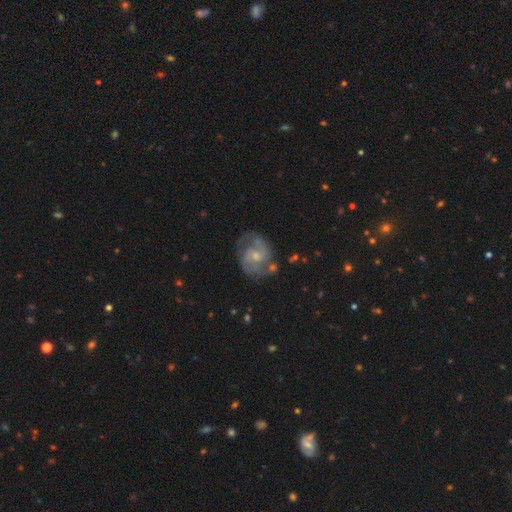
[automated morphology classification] The model was most divided on "bar": no: 50%, weak: 42%, strong: 7%. More confident: edge-on disk — no (98%); spiral arms — yes (96%); smooth or featured — featured or disk (87%); spiral arm count — 2 (79%); merging — none (71%); spiral winding — medium (54%); bulge size — small (53%).